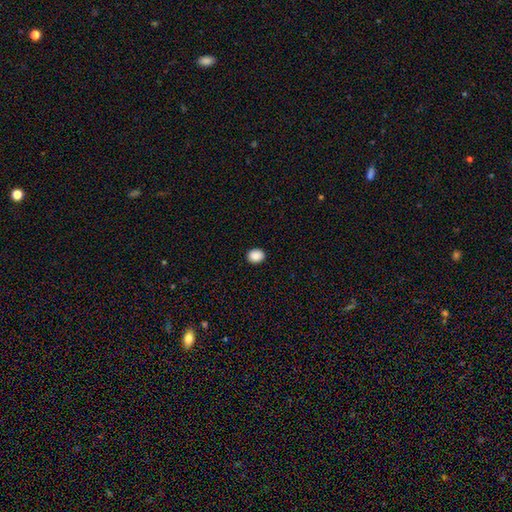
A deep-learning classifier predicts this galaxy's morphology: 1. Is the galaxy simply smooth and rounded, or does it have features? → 89% smooth, 8% star or artifact, 2% featured or disk.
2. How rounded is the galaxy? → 59% round, 40% in between, 1% cigar-shaped.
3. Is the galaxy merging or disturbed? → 92% none, 6% minor disturbance, 2% major disturbance, 1% merger.